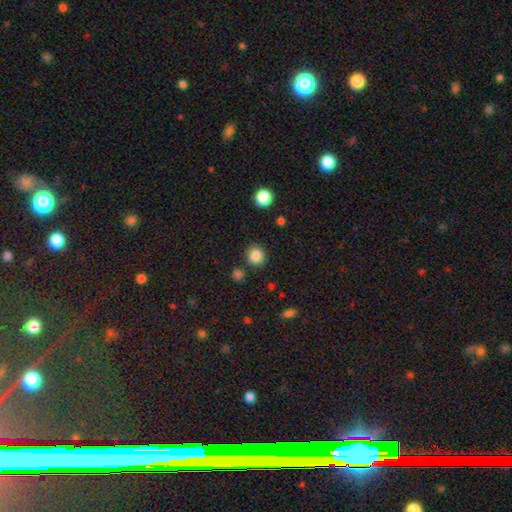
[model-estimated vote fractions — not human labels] smooth 84%, star or artifact 10%, featured or disk 5%. Down the decision tree: how rounded — round (82%); merging — none (86%).